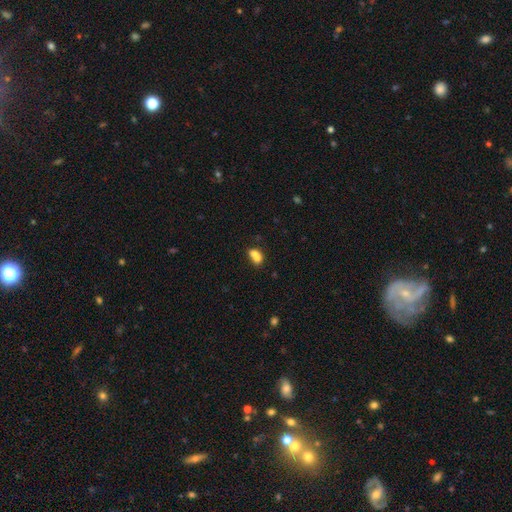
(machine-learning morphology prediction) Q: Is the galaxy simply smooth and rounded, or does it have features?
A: smooth — 74%.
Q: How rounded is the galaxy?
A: in between — 69%.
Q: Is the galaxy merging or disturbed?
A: merger — 59%.